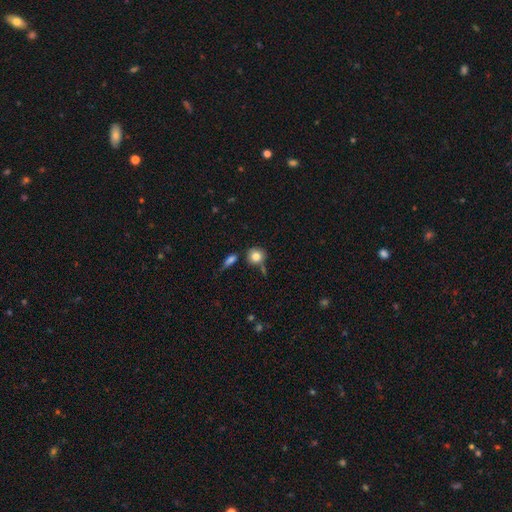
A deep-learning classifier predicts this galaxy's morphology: This appears to be a smooth galaxy with no disk features (81%) that is round (83%). Merging: none (69%).